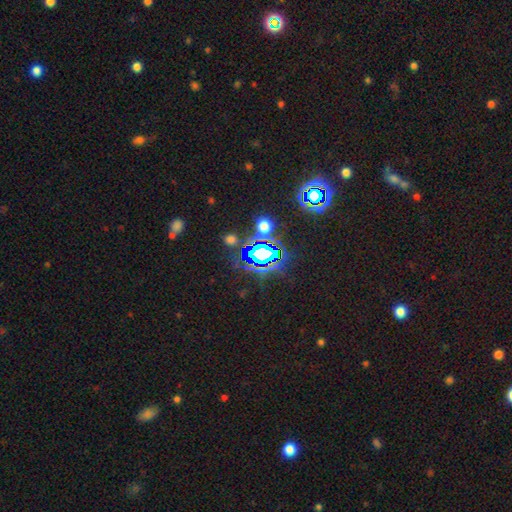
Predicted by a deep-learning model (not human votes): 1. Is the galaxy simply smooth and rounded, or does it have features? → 78% star or artifact, 14% smooth, 7% featured or disk.